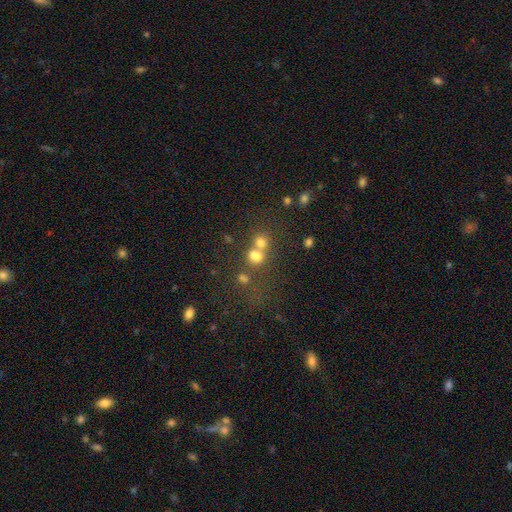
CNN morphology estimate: smooth-or-featured: smooth: 70% | star or artifact: 17% | featured or disk: 12%
  how-rounded: round: 72% | in between: 27% | cigar-shaped: 1%
  merging: merger: 51% | none: 37% | minor disturbance: 7% | major disturbance: 5%